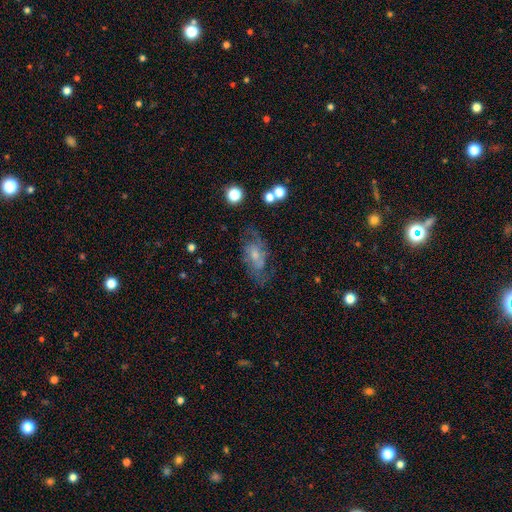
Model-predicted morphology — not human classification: This appears to be a featured or disk galaxy (67%) with no bar (63%), 2 (56%) medium (46%) spiral arms (80%) and a small central bulge (46%). Merging: none (60%).